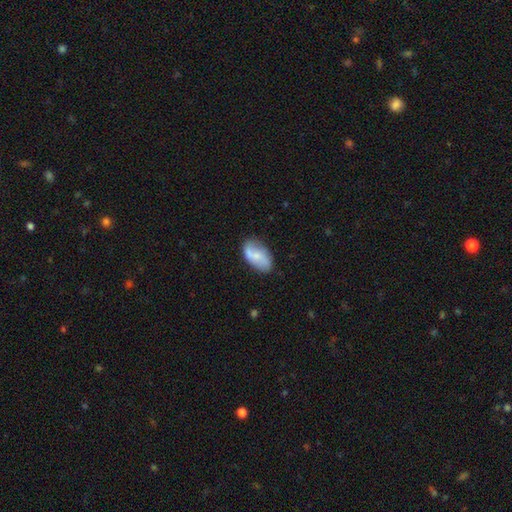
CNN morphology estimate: type=smooth (49%); merging=none (69%).